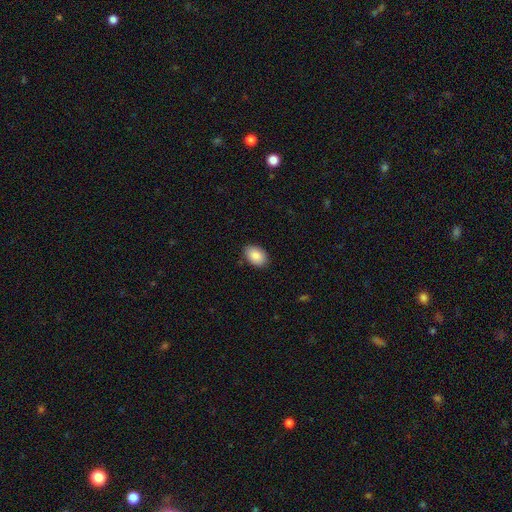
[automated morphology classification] smooth_or_featured: smooth (p=0.89) [alt: star or artifact p=0.07]
how_rounded: in between (p=0.86) [alt: round p=0.13]
merging: none (p=0.87) [alt: minor disturbance p=0.10]